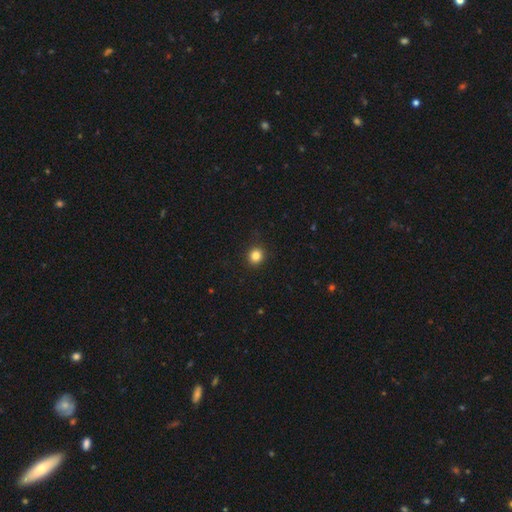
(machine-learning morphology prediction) Smooth or featured? smooth (84%)
How rounded? round (87%)
Merging? none (91%)